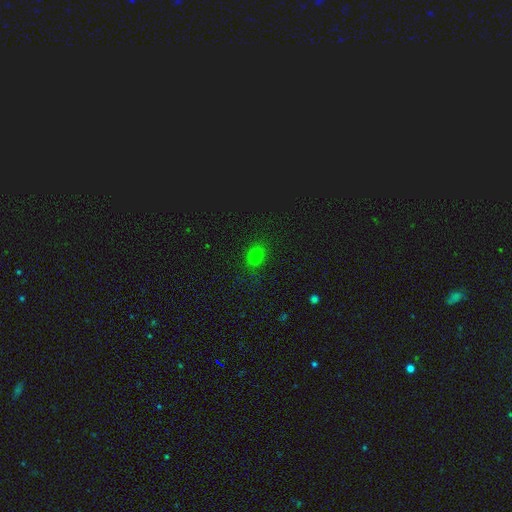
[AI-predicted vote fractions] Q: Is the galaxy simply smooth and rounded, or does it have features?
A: smooth — 69%.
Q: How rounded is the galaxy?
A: round — 54%.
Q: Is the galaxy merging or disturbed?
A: none — 74%.